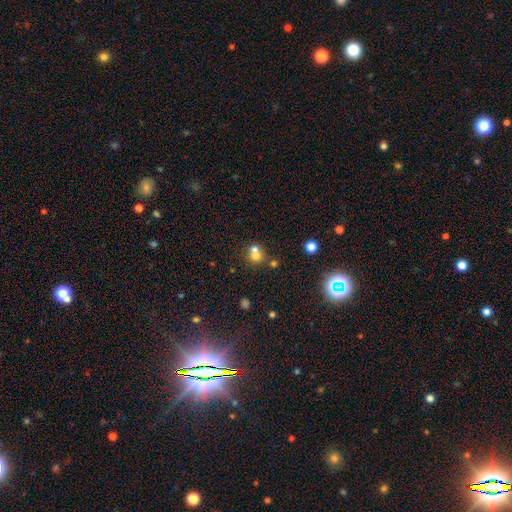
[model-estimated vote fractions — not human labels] smooth-or-featured: smooth: 66% | star or artifact: 17% | featured or disk: 17%
  how-rounded: round: 80% | in between: 19% | cigar-shaped: 1%
  merging: merger: 59% | none: 33% | minor disturbance: 6% | major disturbance: 3%